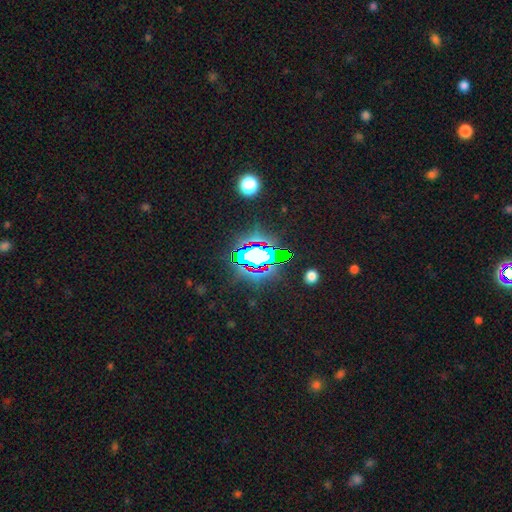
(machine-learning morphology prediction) Overall: star or artifact (68%).